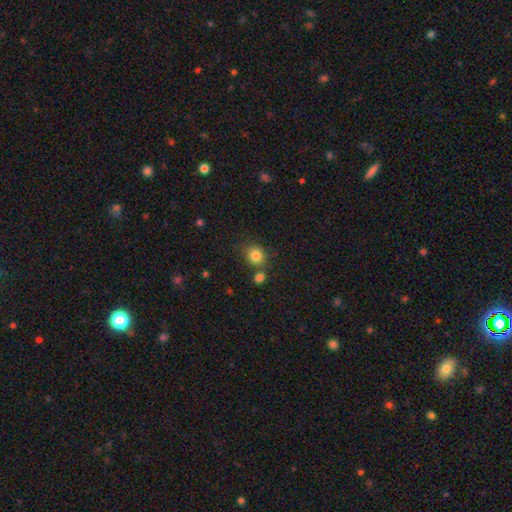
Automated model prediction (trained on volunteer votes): Smooth or featured?
  - smooth: 83% *
  - star or artifact: 11%
  - featured or disk: 6%
How rounded?
  - round: 78% *
  - in between: 21%
  - cigar-shaped: 1%
Merging?
  - none: 70% *
  - merger: 14%
  - minor disturbance: 12%
  - major disturbance: 4%